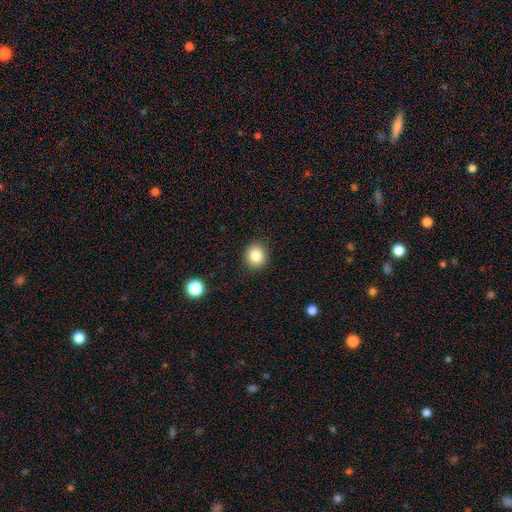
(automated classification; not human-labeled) Q: Smooth or featured?
A: smooth (84%); runner-up: star or artifact (10%)
Q: How rounded?
A: round (75%); runner-up: in between (24%)
Q: Merging?
A: none (89%); runner-up: minor disturbance (8%)